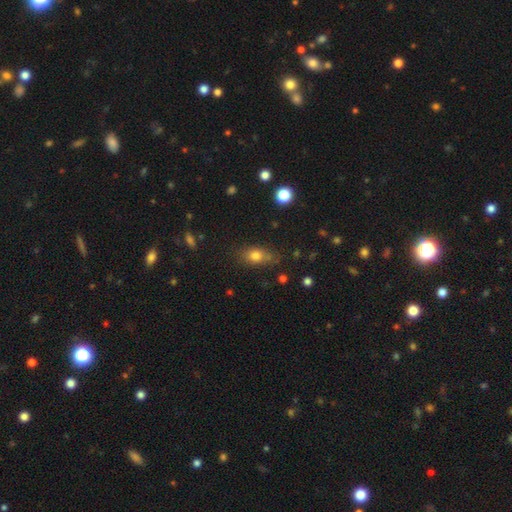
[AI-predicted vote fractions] Smooth or featured: smooth — 78% (star or artifact — 11%)
How rounded: in between — 70% (round — 23%)
Merging: none — 68% (minor disturbance — 22%)